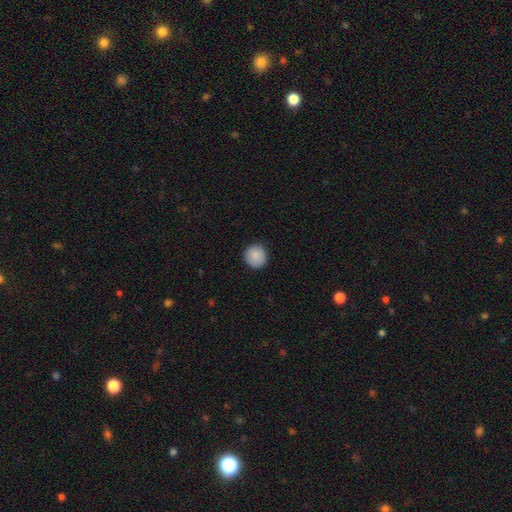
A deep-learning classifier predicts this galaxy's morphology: Smooth or featured? smooth (88%)
How rounded? round (91%)
Merging? none (88%)